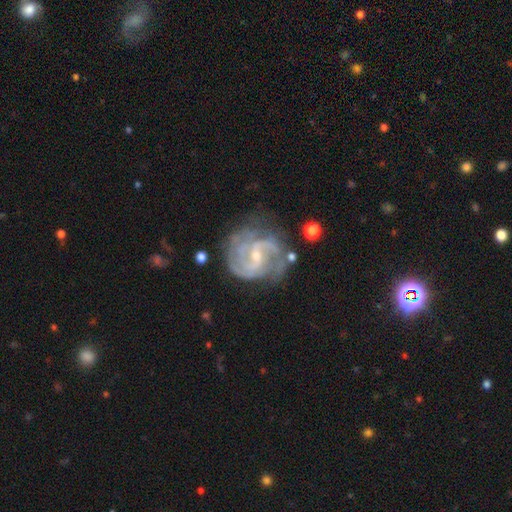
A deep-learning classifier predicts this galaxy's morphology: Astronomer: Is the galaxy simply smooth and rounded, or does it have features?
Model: featured or disk — 90%.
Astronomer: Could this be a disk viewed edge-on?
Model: no — 98%.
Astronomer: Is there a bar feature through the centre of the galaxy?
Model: weak — 53% (runner-up: no, 28%).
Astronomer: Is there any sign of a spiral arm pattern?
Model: yes — 97%.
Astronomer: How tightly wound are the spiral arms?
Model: medium — 47% (runner-up: tight, 42%).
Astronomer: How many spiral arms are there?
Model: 2 — 50%.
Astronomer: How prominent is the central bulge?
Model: small — 67%.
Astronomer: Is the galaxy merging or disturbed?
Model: none — 63%.